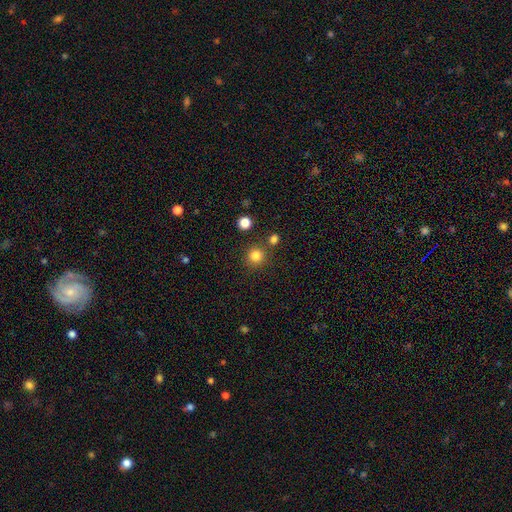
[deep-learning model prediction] Smooth or featured? smooth (82%)
How rounded? round (93%)
Merging? none (82%)